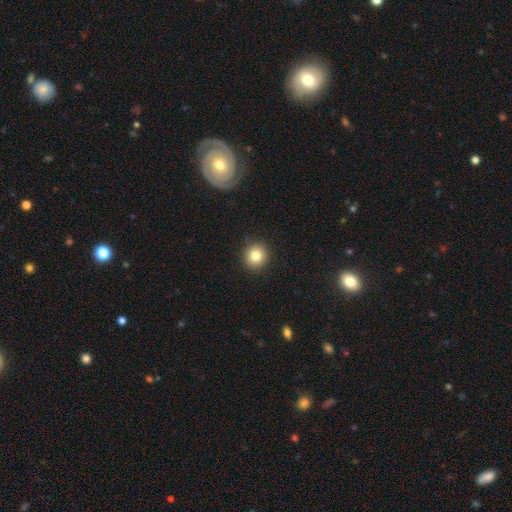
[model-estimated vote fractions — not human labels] A smooth galaxy with no disk features (82%) that is round (86%). Merging: none (90%).